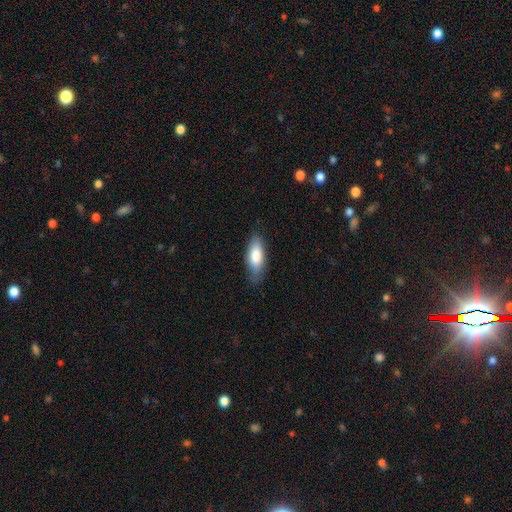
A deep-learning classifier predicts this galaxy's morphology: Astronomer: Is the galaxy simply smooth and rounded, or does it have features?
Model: smooth — 80%.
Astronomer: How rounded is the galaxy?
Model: in between — 77%.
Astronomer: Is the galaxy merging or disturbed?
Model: none — 79%.